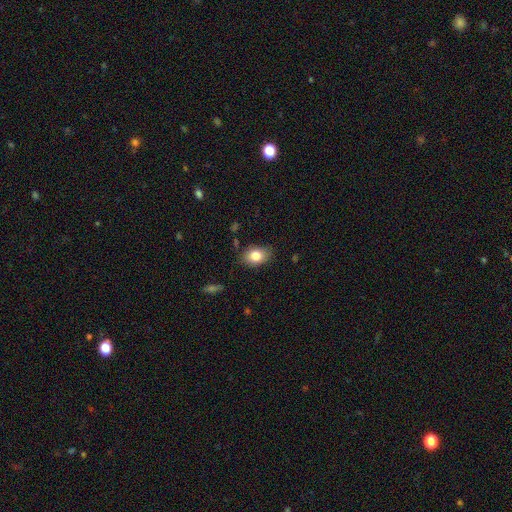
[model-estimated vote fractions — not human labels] This appears to be a smooth galaxy with no disk features (82%) that is in between round and cigar-shaped (80%). Merging: none (82%).